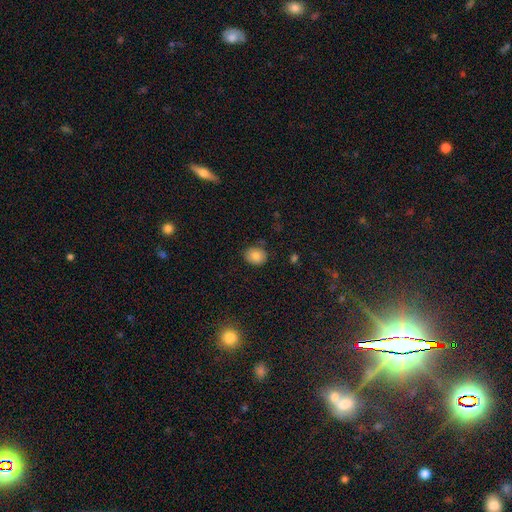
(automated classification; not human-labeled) smooth_or_featured: smooth (p=0.82) [alt: star or artifact p=0.10]
how_rounded: round (p=0.56) [alt: in between p=0.44]
merging: none (p=0.81) [alt: minor disturbance p=0.14]